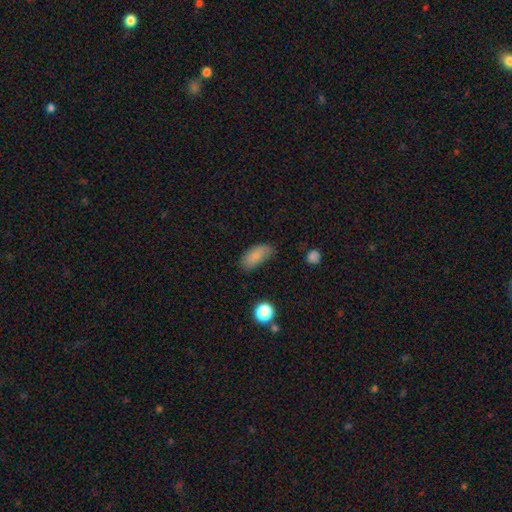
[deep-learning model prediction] Q: Smooth or featured?
A: smooth (81%); runner-up: featured or disk (10%)
Q: How rounded?
A: in between (89%); runner-up: cigar-shaped (8%)
Q: Merging?
A: none (69%); runner-up: minor disturbance (24%)